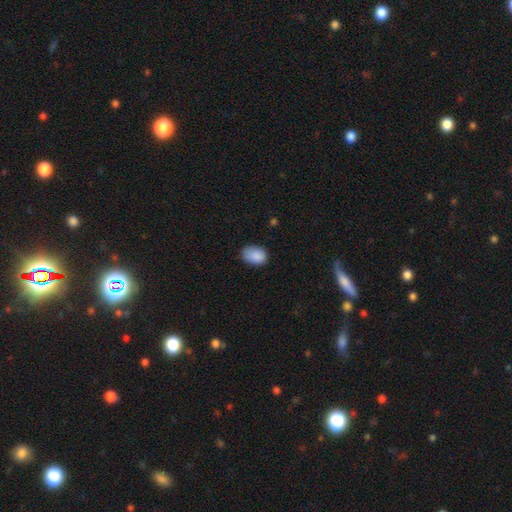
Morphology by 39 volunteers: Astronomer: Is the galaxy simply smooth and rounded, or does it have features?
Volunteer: smooth — 92%.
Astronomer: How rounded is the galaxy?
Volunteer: in between — 92%.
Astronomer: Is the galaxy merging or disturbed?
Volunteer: none — 70%.